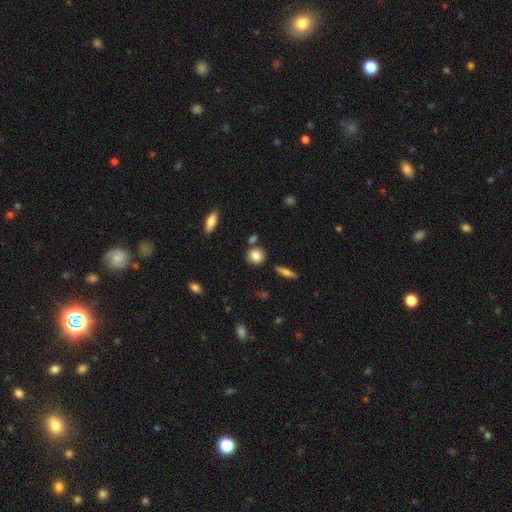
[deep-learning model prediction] smooth-or-featured: smooth: 81% | featured or disk: 10% | star or artifact: 9%
  how-rounded: round: 73% | in between: 24% | cigar-shaped: 3%
  merging: none: 76% | minor disturbance: 14% | merger: 7% | major disturbance: 3%